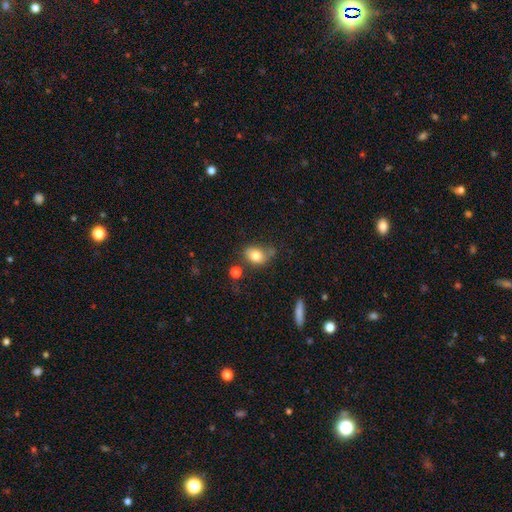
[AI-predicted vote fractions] The model was most divided on "merging": none: 53%, minor disturbance: 27%, merger: 11%, major disturbance: 10%. More confident: smooth or featured — smooth (79%); how rounded — in between (63%).